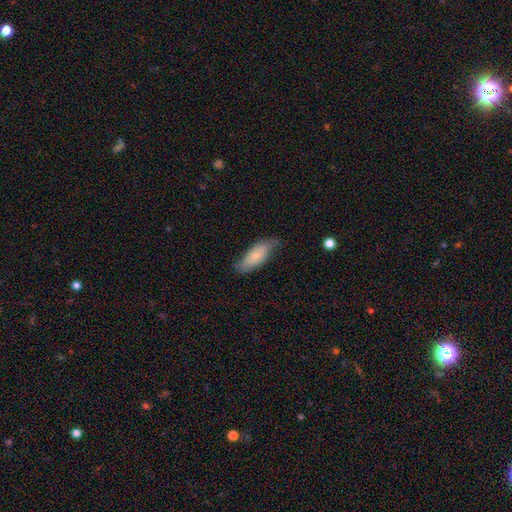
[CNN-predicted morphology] Smooth or featured: smooth — 62% (featured or disk — 31%)
How rounded: in between — 76% (cigar-shaped — 21%)
Merging: none — 60% (minor disturbance — 31%)